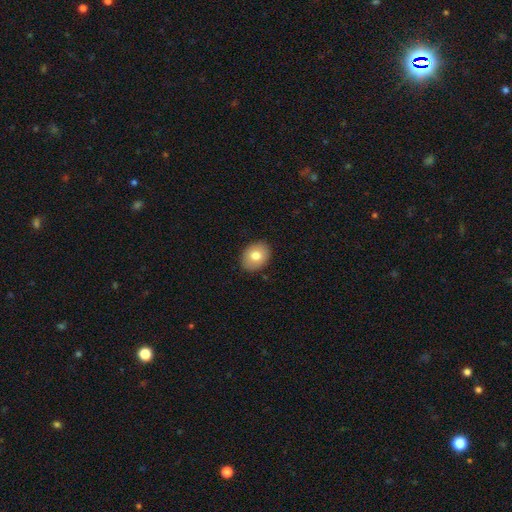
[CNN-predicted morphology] type=smooth (77%); roundness=in between (63%); merging=none (88%).